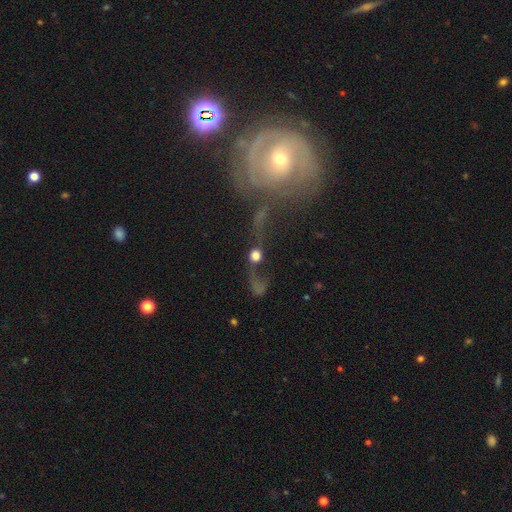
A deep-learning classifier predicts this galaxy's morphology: Q: Smooth or featured?
A: smooth (46%); runner-up: featured or disk (37%)
Q: Merging?
A: major disturbance (37%); runner-up: none (28%)